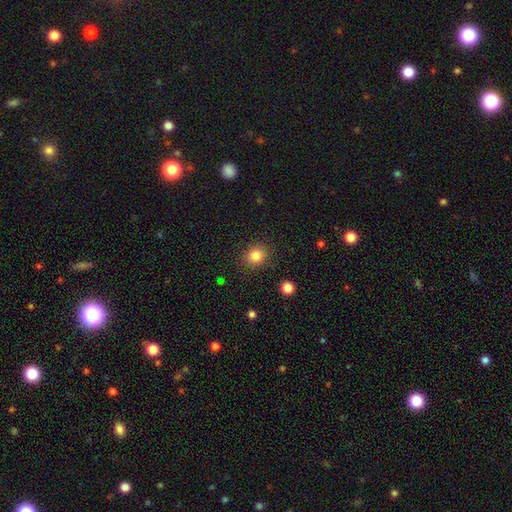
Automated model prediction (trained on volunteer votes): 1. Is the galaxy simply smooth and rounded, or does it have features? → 84% smooth, 11% star or artifact, 5% featured or disk.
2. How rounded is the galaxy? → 71% round, 28% in between, 1% cigar-shaped.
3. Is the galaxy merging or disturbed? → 88% none, 8% minor disturbance, 3% major disturbance, 1% merger.